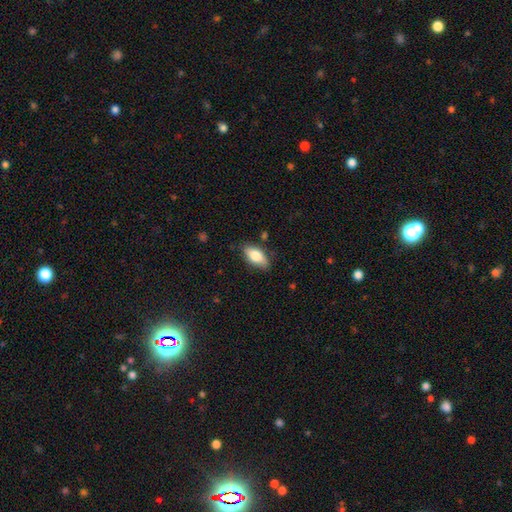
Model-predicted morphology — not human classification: type=smooth (79%); roundness=in between (88%); merging=none (79%).